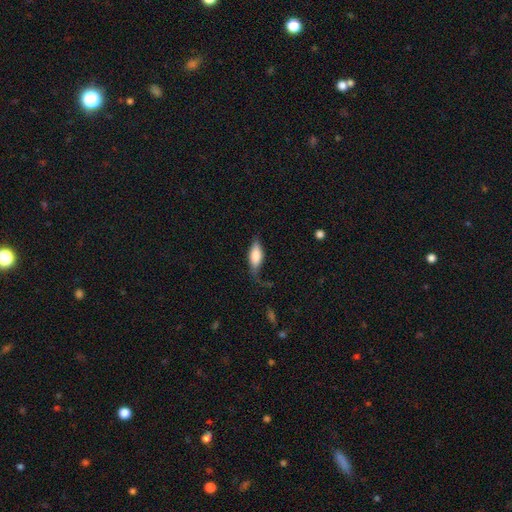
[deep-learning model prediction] The model was most divided on "merging": none: 44%, minor disturbance: 33%, major disturbance: 20%, merger: 3%. More confident: how rounded — in between (79%); smooth or featured — smooth (73%).